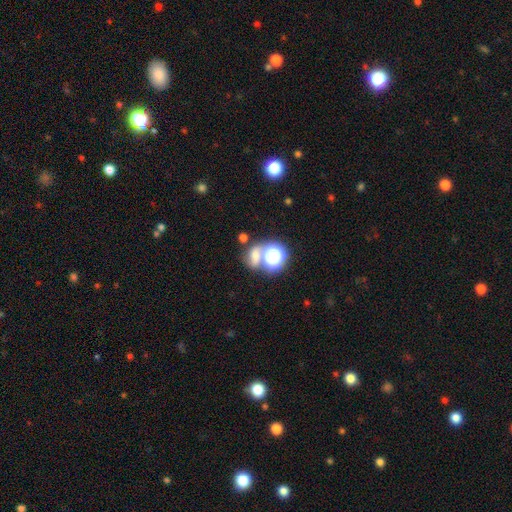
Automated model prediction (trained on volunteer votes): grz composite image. It shows a smooth galaxy with no disk features (53%) that is round (56%). Merging: none (43%).